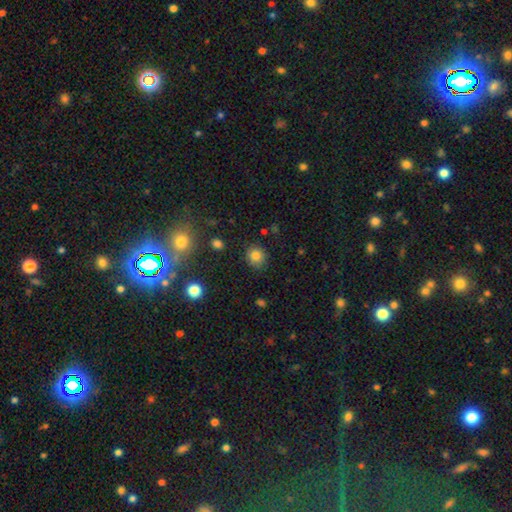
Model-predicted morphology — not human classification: This is clearly a smooth galaxy (81%). How rounded: clearly round (81%). Merging: clearly none (86%).